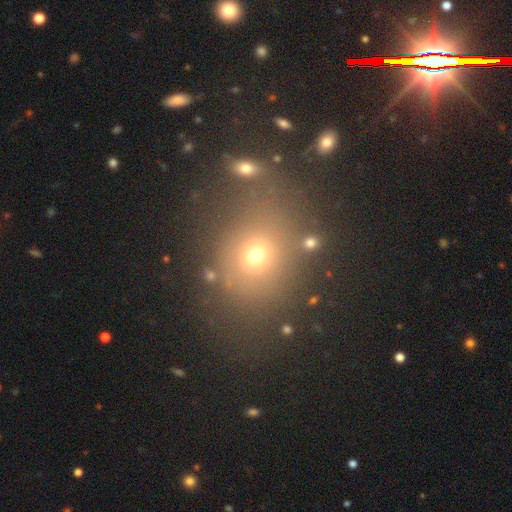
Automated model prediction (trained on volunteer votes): smooth 62%, star or artifact 24%, featured or disk 13%. Down the decision tree: how rounded — round (61%); merging — none (70%).